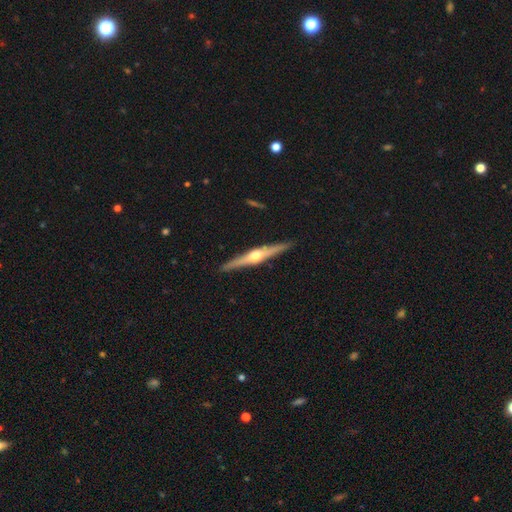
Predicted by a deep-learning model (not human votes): The model was most divided on "smooth or featured": featured or disk: 80%, smooth: 15%, star or artifact: 5%. More confident: edge-on disk — yes (98%); edge-on bulge — rounded (93%); merging — none (91%).